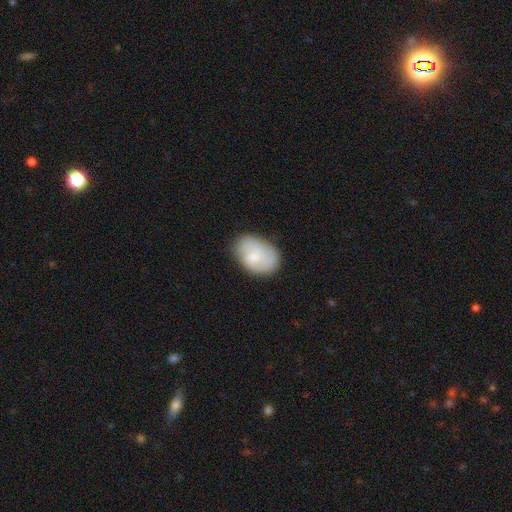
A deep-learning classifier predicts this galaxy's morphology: type=smooth (70%); roundness=in between (83%); merging=none (71%).